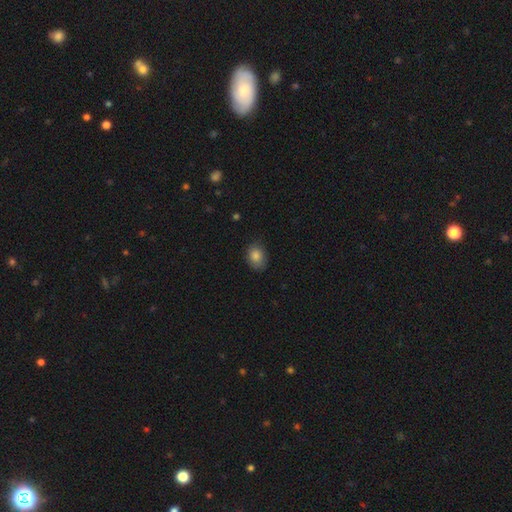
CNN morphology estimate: Overall: smooth (84%). How rounded: in between (62%; round 37%). Merging: none (76%).